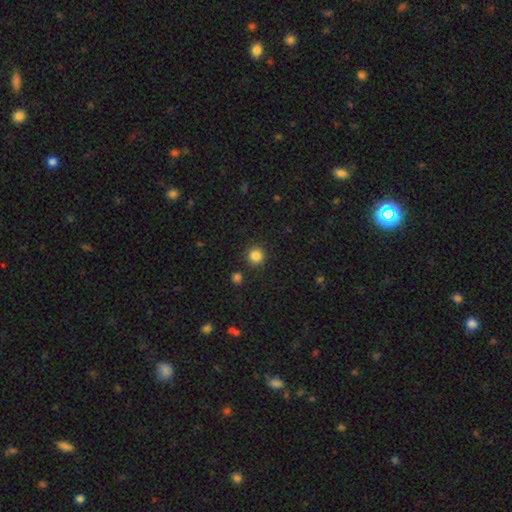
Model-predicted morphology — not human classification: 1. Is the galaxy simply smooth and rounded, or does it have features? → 85% smooth, 12% star or artifact, 4% featured or disk.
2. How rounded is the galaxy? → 94% round, 5% in between, 1% cigar-shaped.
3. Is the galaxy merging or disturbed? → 89% none, 6% minor disturbance, 3% merger, 2% major disturbance.